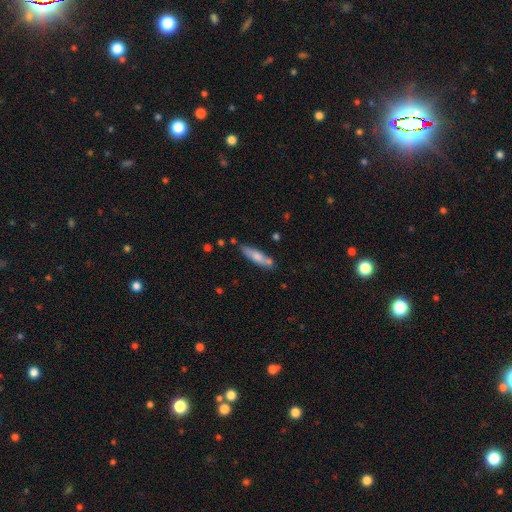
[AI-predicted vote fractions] Morphology: type=smooth (69%); roundness=cigar-shaped (73%); merging=none (70%).